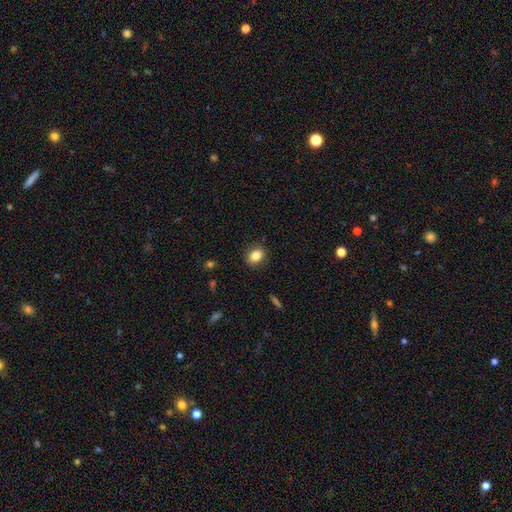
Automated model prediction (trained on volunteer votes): Morphology: type=smooth (85%); roundness=in between (65%); merging=none (87%).